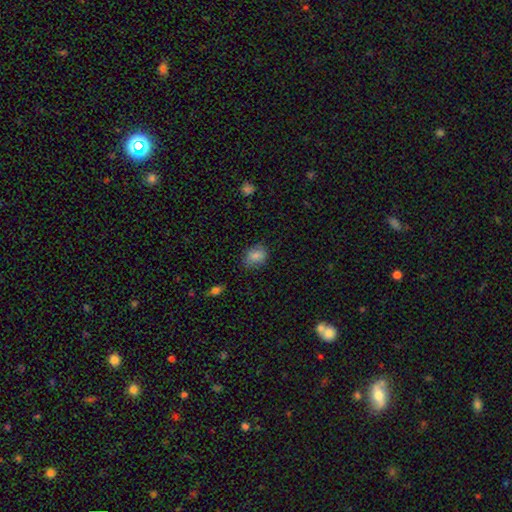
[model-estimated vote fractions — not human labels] smooth_or_featured: smooth (p=0.83) [alt: star or artifact p=0.10]
how_rounded: in between (p=0.54) [alt: round p=0.45]
merging: none (p=0.71) [alt: minor disturbance p=0.22]